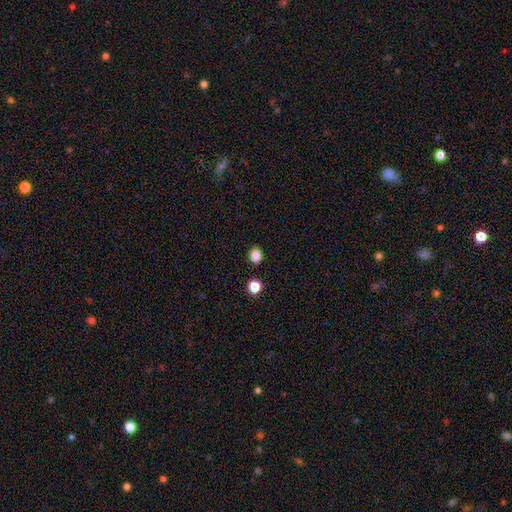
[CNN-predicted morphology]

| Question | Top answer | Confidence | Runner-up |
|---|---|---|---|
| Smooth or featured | smooth | 85% | star or artifact (12%) |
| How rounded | in between | 56% | round (43%) |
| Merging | none | 87% | minor disturbance (7%) |